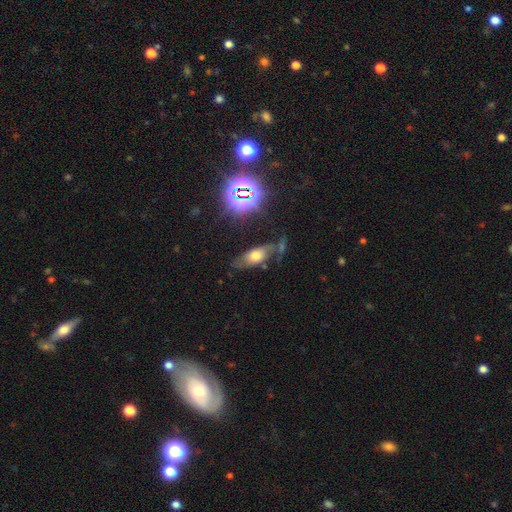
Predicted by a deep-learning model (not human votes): smooth-or-featured: smooth: 49% | featured or disk: 33% | star or artifact: 17%
  merging: none: 54% | minor disturbance: 23% | major disturbance: 14% | merger: 9%